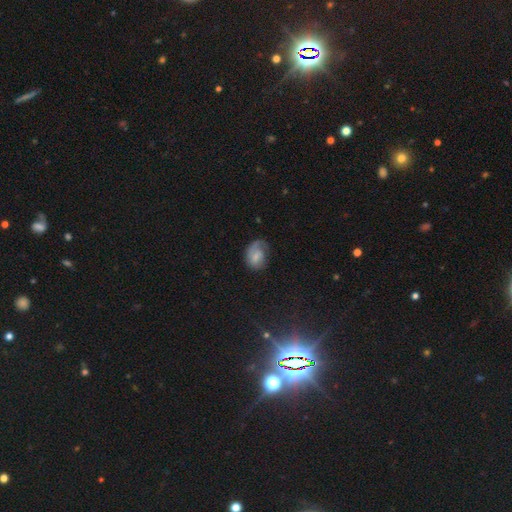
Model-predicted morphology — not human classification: Overall: smooth (47%; featured or disk 44%). Merging: none (47%; minor disturbance 29%).